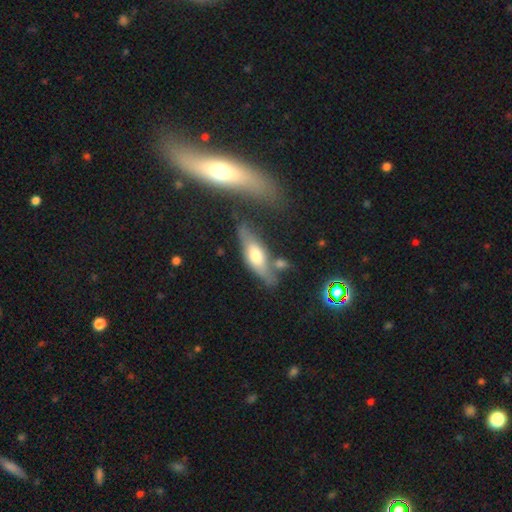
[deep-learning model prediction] Smooth or featured? smooth (49%)
Merging? none (62%)